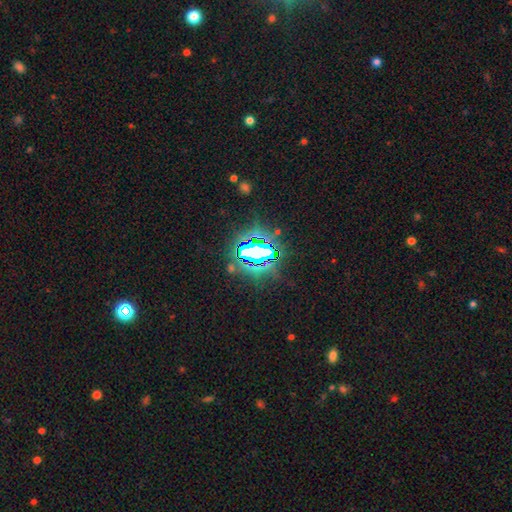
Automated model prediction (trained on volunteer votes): A star or artifact, not a galaxy (79%).

Vote fractions:
- Smooth or featured? star or artifact: 79% / smooth: 11% / featured or disk: 10%